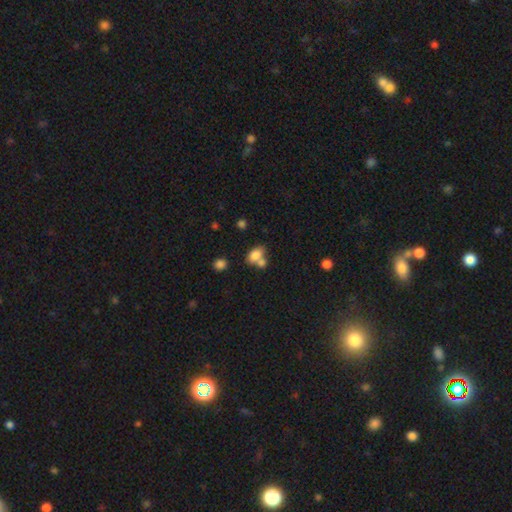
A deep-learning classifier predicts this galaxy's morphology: This appears to be a smooth galaxy with no disk features (79%) that is in between round and cigar-shaped (82%). Merging: merger (46%).